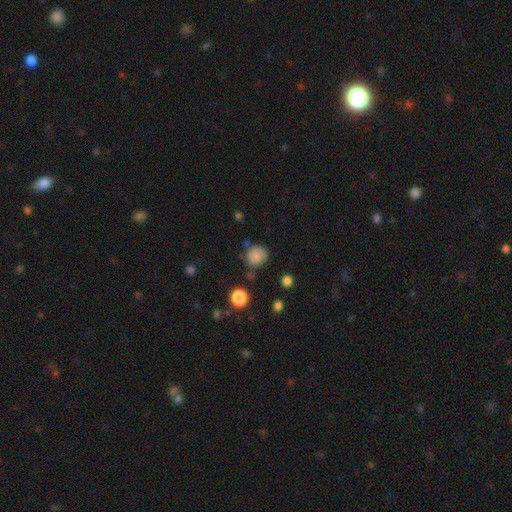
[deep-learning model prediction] Q: Smooth or featured?
A: smooth (83%); runner-up: star or artifact (11%)
Q: How rounded?
A: round (85%); runner-up: in between (14%)
Q: Merging?
A: none (74%); runner-up: minor disturbance (16%)